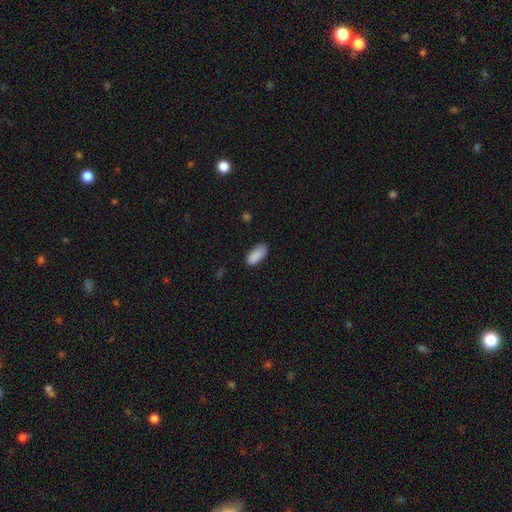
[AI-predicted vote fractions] smooth-or-featured: smooth: 90% | star or artifact: 7% | featured or disk: 4%
  how-rounded: in between: 90% | cigar-shaped: 8% | round: 2%
  merging: none: 80% | minor disturbance: 16% | major disturbance: 3% | merger: 1%